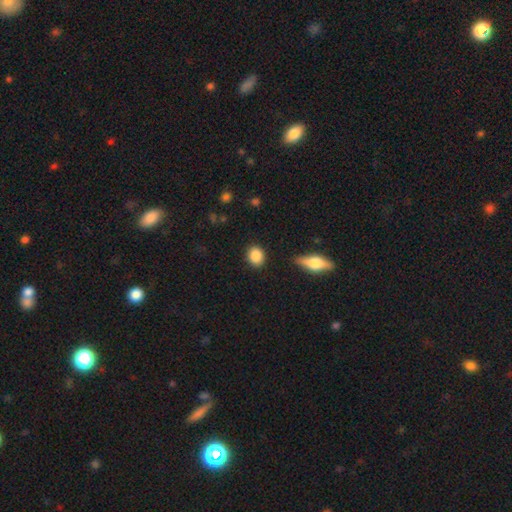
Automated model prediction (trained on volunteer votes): Overall: smooth (87%). How rounded: round (62%; in between 36%). Merging: none (87%).